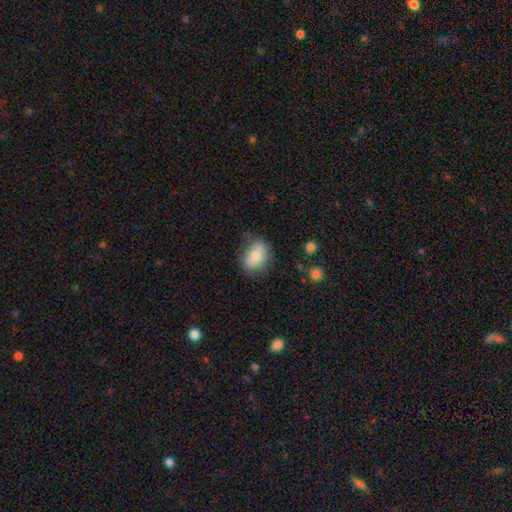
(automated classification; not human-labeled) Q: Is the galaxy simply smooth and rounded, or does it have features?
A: smooth — 76%.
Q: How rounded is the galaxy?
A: in between — 78%.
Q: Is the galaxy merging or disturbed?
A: none — 64%.